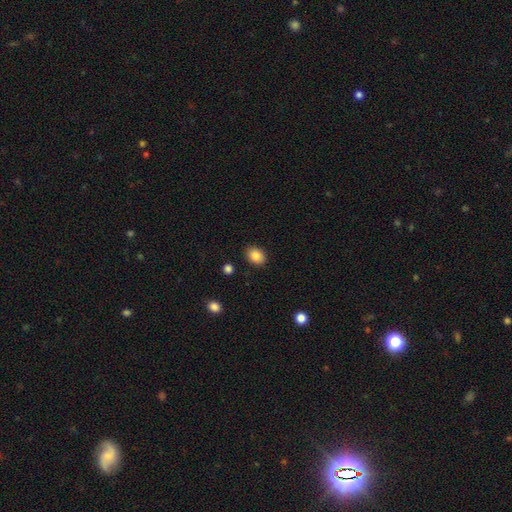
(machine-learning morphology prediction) Overall: smooth (87%). How rounded: in between (66%; round 33%). Merging: none (88%).